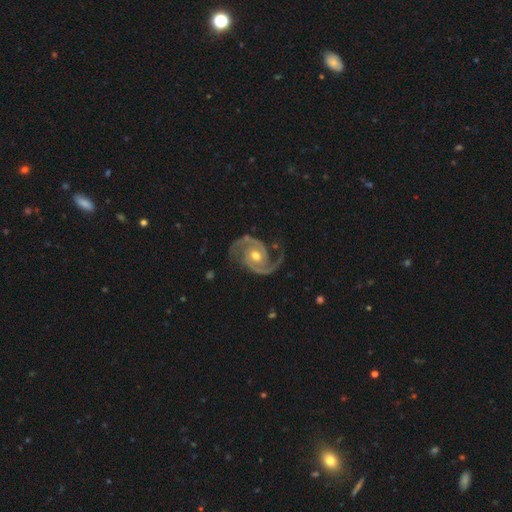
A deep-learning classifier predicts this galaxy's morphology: Smooth or featured?
  - featured or disk: 94% *
  - star or artifact: 4%
  - smooth: 2%
Edge-on disk?
  - no: 98% *
  - yes: 2%
Bar?
  - no: 60% *
  - weak: 28%
  - strong: 11%
Spiral arms?
  - yes: 99% *
  - no: 1%
Spiral winding?
  - medium: 57% *
  - tight: 33%
  - loose: 10%
Spiral arm count?
  - 2: 94% *
  - 3: 2%
  - can't tell: 1%
  - 1: 1%
  - 4: 1%
  - more than 4: 1%
Bulge size?
  - moderate: 74% *
  - small: 20%
  - large: 4%
  - none: 1%
  - dominant: 1%
Merging?
  - none: 80% *
  - minor disturbance: 14%
  - major disturbance: 5%
  - merger: 1%